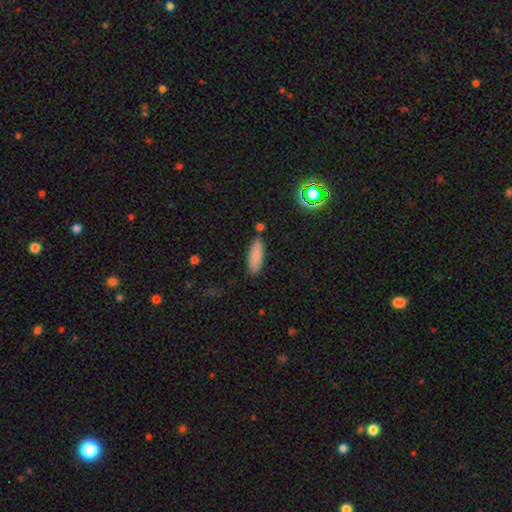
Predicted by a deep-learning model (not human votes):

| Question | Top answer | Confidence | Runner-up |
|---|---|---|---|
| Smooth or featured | smooth | 85% | star or artifact (8%) |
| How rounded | in between | 63% | cigar-shaped (35%) |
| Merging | none | 84% | minor disturbance (11%) |